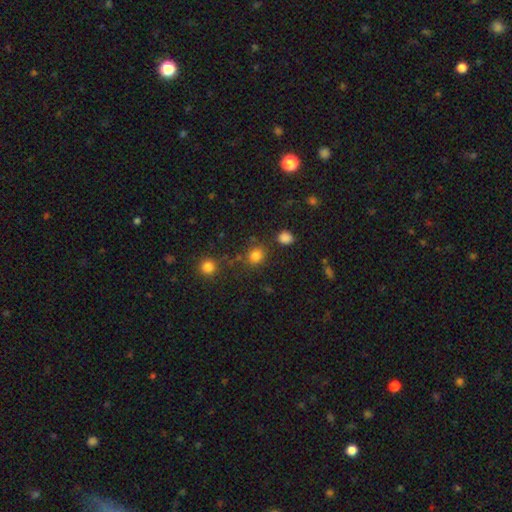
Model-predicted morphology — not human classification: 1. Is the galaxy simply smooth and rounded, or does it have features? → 81% smooth, 14% star or artifact, 5% featured or disk.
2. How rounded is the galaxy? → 77% round, 22% in between, 1% cigar-shaped.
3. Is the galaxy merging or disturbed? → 77% none, 11% minor disturbance, 8% merger, 5% major disturbance.